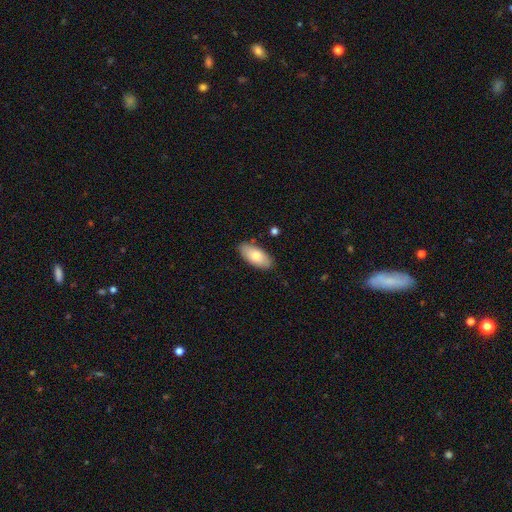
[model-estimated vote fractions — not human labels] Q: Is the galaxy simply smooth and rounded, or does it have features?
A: smooth — 77%.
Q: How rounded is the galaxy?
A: in between — 91%.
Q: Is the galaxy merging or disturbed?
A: none — 85%.